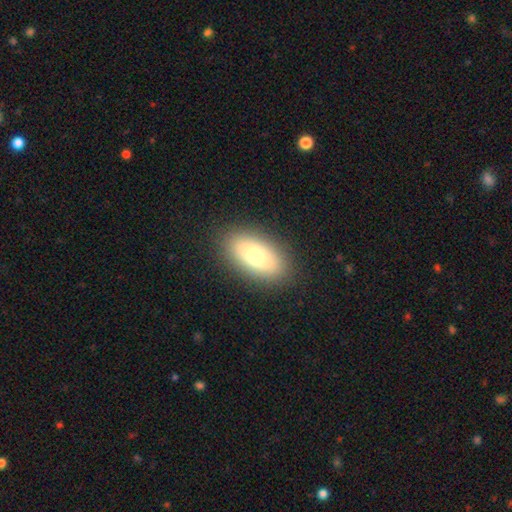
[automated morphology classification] The model was most divided on "smooth or featured": smooth: 77%, featured or disk: 16%, star or artifact: 7%. More confident: how rounded — in between (91%); merging — none (89%).